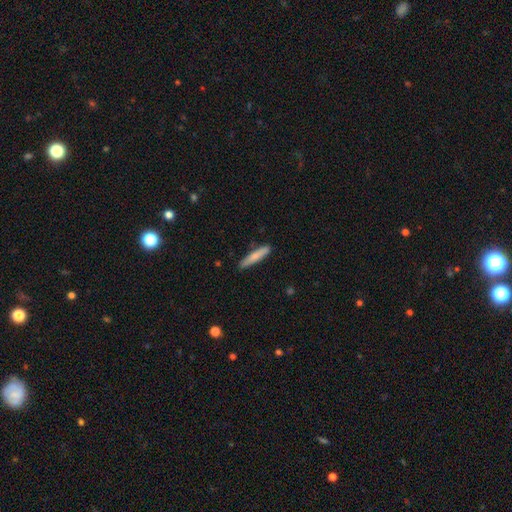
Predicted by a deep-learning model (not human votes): Smooth or featured: smooth — 75% (featured or disk — 20%)
How rounded: cigar-shaped — 90% (in between — 9%)
Merging: none — 85% (minor disturbance — 11%)